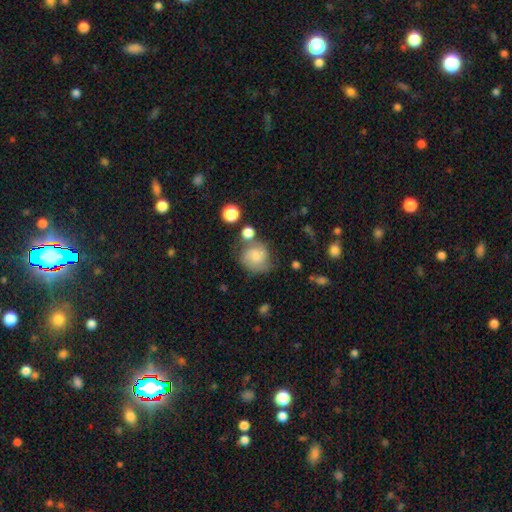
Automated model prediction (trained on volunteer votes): Smooth or featured: smooth — 53% (featured or disk — 37%)
How rounded: round — 79% (in between — 20%)
Merging: none — 53% (minor disturbance — 24%)